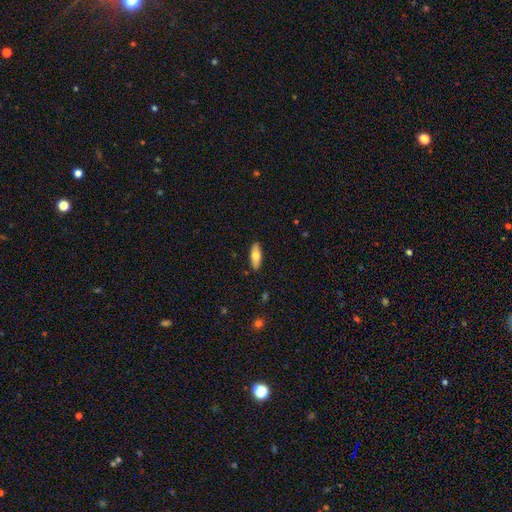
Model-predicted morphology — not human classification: Overall: smooth (68%). How rounded: in between (64%; cigar-shaped 34%). Merging: none (89%).